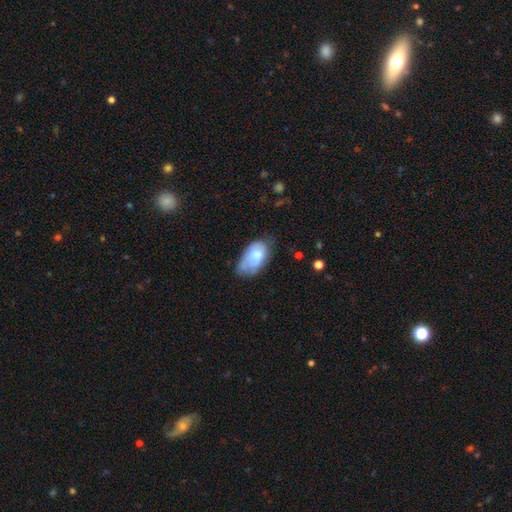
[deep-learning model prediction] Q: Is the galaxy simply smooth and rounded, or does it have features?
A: smooth — 67%.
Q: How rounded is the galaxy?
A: in between — 93%.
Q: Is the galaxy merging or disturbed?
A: none — 44%.